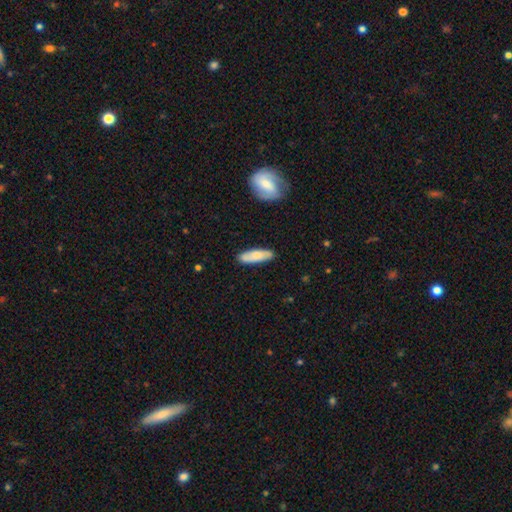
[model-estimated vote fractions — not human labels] This is likely a smooth galaxy (75%). How rounded: possibly cigar-shaped (52%). Merging: clearly none (85%).